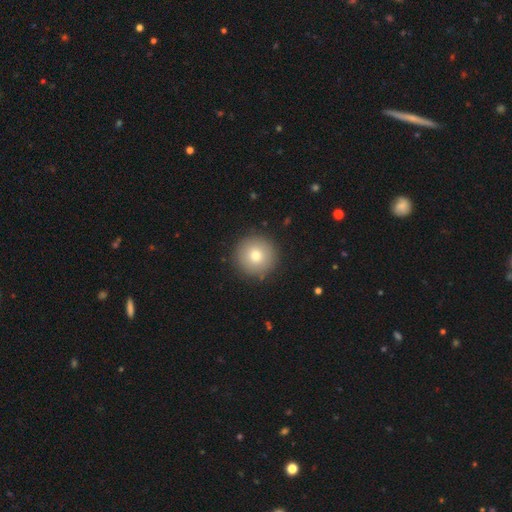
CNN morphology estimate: smooth-or-featured: smooth: 78% | featured or disk: 13% | star or artifact: 10%
  how-rounded: round: 96% | in between: 3% | cigar-shaped: 1%
  merging: none: 92% | minor disturbance: 6% | major disturbance: 2% | merger: 1%